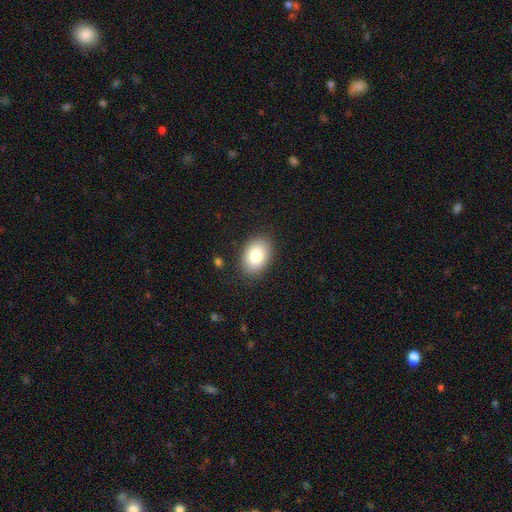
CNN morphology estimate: Q: Smooth or featured?
A: smooth (84%); runner-up: featured or disk (9%)
Q: How rounded?
A: in between (83%); runner-up: round (16%)
Q: Merging?
A: none (86%); runner-up: minor disturbance (10%)